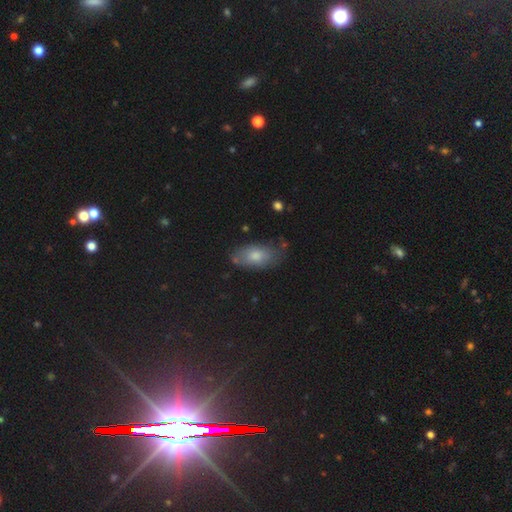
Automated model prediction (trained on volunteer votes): This appears to be a smooth galaxy with no disk features (75%) that is in between round and cigar-shaped (92%). Merging: none (65%).